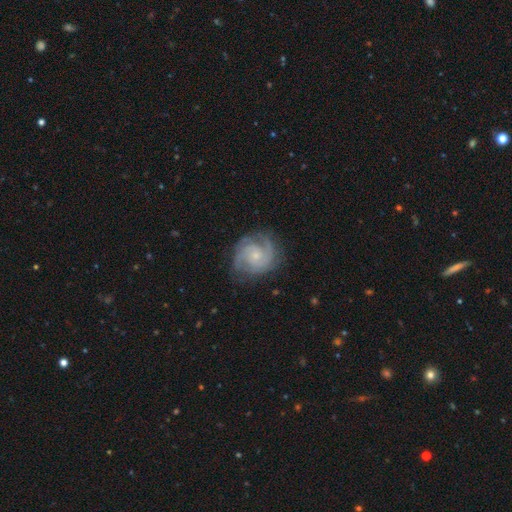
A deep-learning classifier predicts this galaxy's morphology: Smooth or featured: featured or disk — 86% (smooth — 8%)
Edge-on disk: no — 98% (yes — 2%)
Bar: no — 73% (weak — 23%)
Spiral arms: yes — 97% (no — 3%)
Spiral winding: tight — 55% (medium — 38%)
Spiral arm count: 2 — 51% (3 — 24%)
Bulge size: small — 74% (moderate — 20%)
Merging: none — 77% (minor disturbance — 16%)